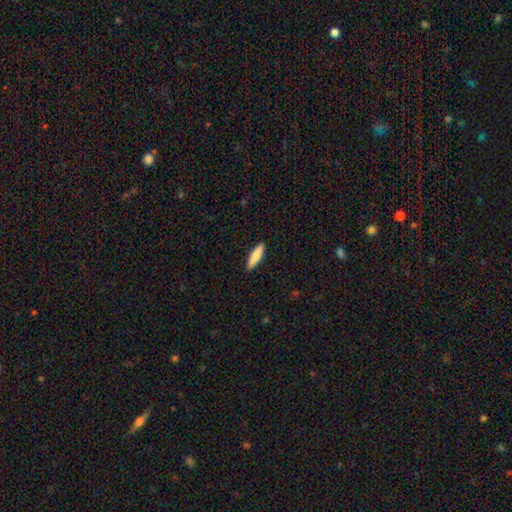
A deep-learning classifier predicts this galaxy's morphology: Q: Smooth or featured?
A: smooth (76%); runner-up: featured or disk (19%)
Q: How rounded?
A: cigar-shaped (72%); runner-up: in between (26%)
Q: Merging?
A: none (91%); runner-up: minor disturbance (7%)